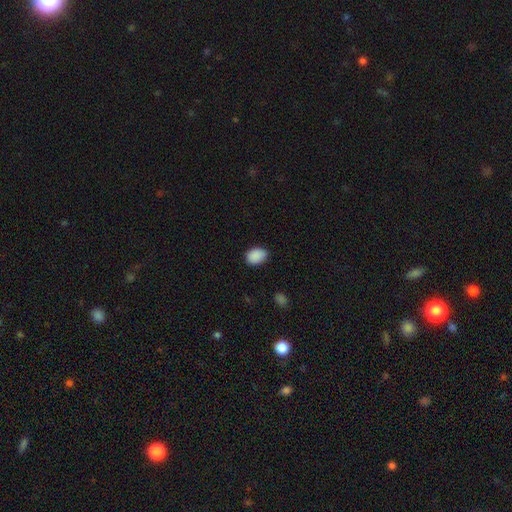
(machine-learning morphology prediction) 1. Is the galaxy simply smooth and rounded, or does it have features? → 90% smooth, 7% star or artifact, 3% featured or disk.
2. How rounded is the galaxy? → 75% in between, 24% round, 1% cigar-shaped.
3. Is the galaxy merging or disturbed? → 84% none, 12% minor disturbance, 2% major disturbance, 1% merger.